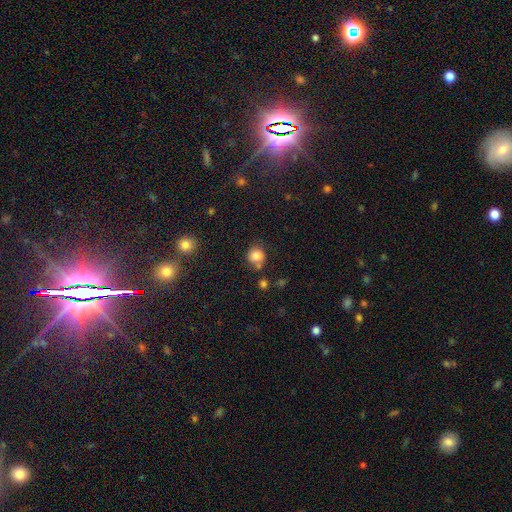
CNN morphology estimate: This appears to be a smooth galaxy with no disk features (81%) that is round (82%). Merging: none (64%).